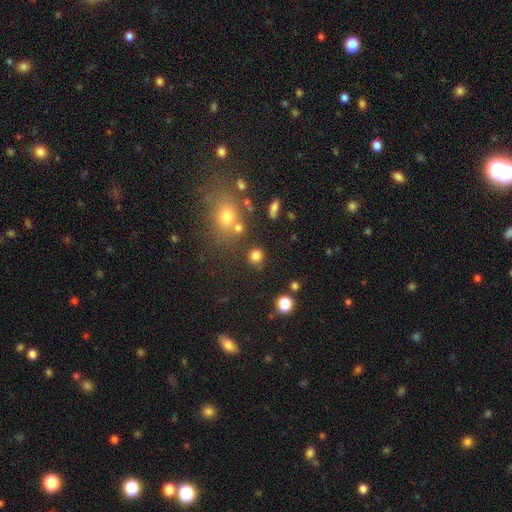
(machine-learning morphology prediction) Smooth or featured? smooth (80%)
How rounded? round (88%)
Merging? none (81%)